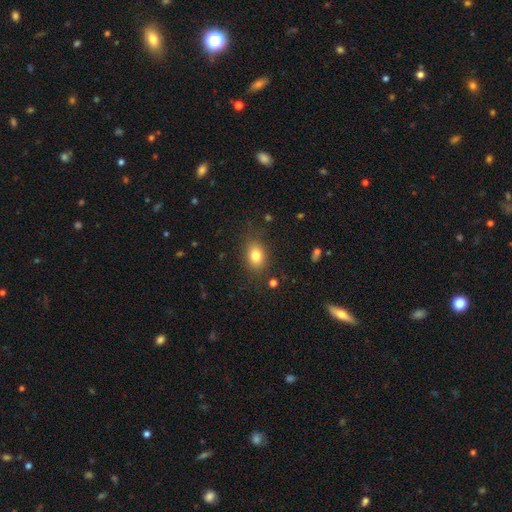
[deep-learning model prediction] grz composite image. It shows a smooth galaxy with no disk features (81%) that is in between round and cigar-shaped (71%). Merging: none (81%).